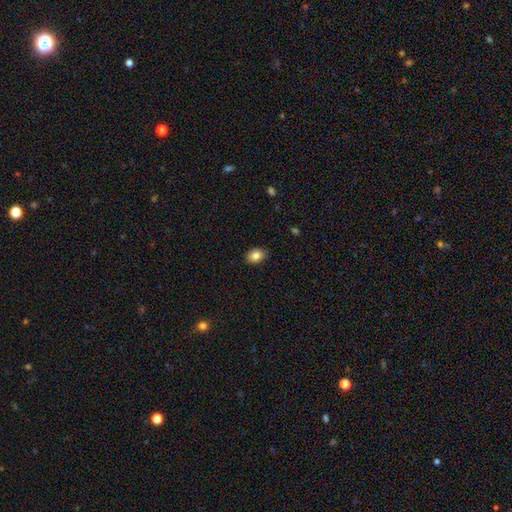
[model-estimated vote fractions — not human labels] Smooth or featured? smooth (84%)
How rounded? in between (75%)
Merging? none (88%)